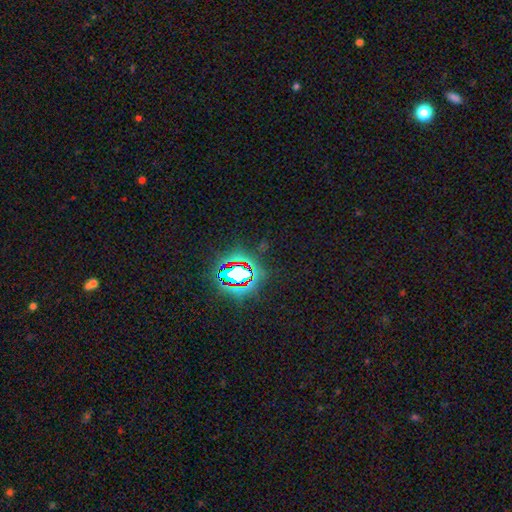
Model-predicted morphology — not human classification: The model was most divided on "smooth or featured": star or artifact: 81%, smooth: 11%, featured or disk: 8%.